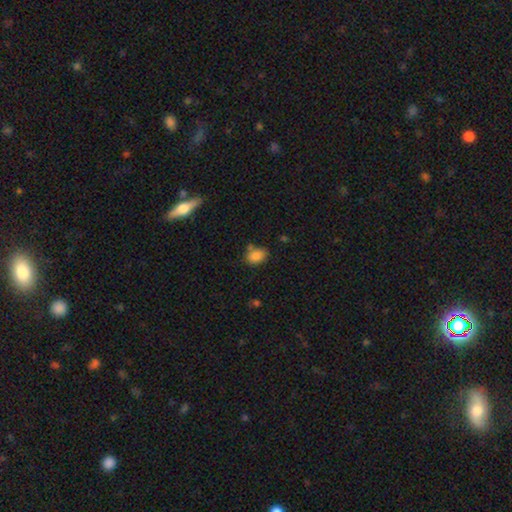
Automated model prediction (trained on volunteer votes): smooth 85%, star or artifact 9%, featured or disk 6%. Down the decision tree: how rounded — in between (73%); merging — none (66%).